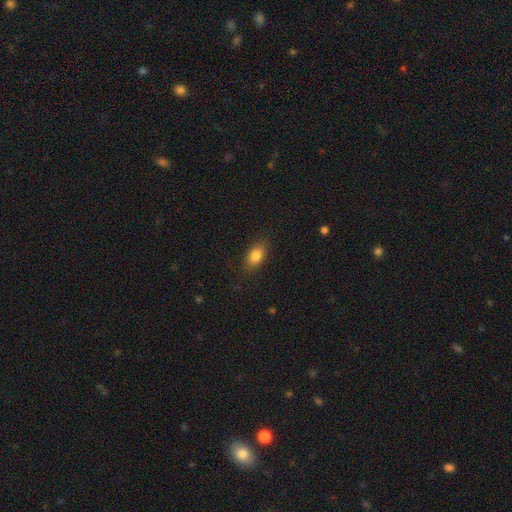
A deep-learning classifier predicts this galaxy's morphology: Overall: smooth (82%). How rounded: in between (85%). Merging: none (84%).